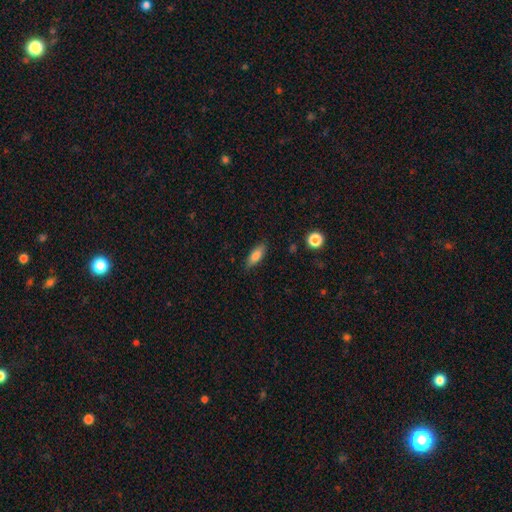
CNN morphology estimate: smooth-or-featured: smooth: 81% | featured or disk: 11% | star or artifact: 7%
  how-rounded: in between: 69% | cigar-shaped: 29% | round: 3%
  merging: none: 85% | minor disturbance: 12% | major disturbance: 2% | merger: 1%